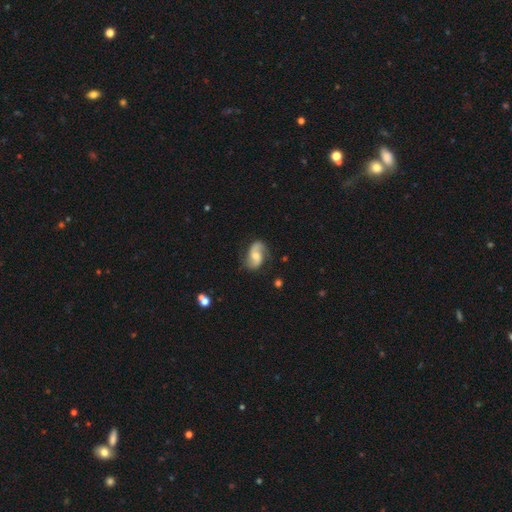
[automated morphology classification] smooth_or_featured: featured or disk (p=0.75) [alt: smooth p=0.18]
disk_edge_on: no (p=0.97) [alt: yes p=0.03]
bar: no (p=0.52) [alt: weak p=0.38]
has_spiral_arms: yes (p=0.95) [alt: no p=0.05]
spiral_winding: loose (p=0.45) [alt: medium p=0.40]
spiral_arm_count: 2 (p=0.87) [alt: 1 p=0.06]
bulge_size: moderate (p=0.51) [alt: small p=0.33]
merging: none (p=0.71) [alt: minor disturbance p=0.20]